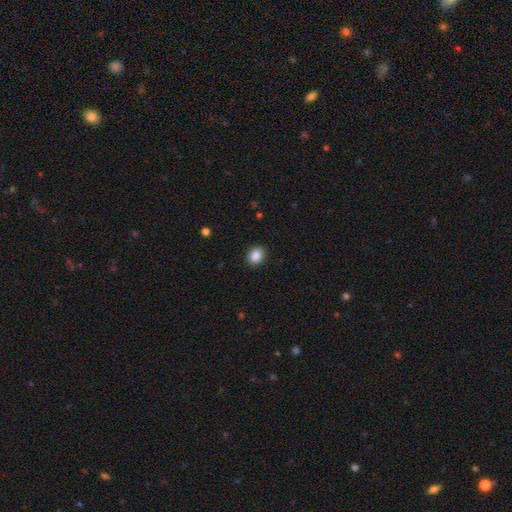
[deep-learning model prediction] This is clearly a smooth galaxy (88%). How rounded: possibly round (55%). Merging: clearly none (90%).